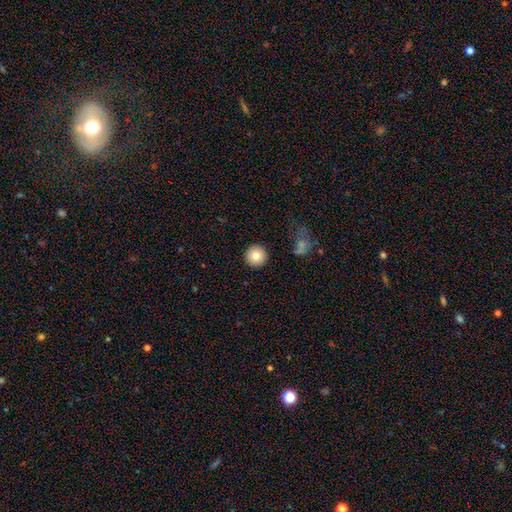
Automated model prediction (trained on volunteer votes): This appears to be a smooth galaxy with no disk features (82%) that is round (96%). Merging: none (91%).